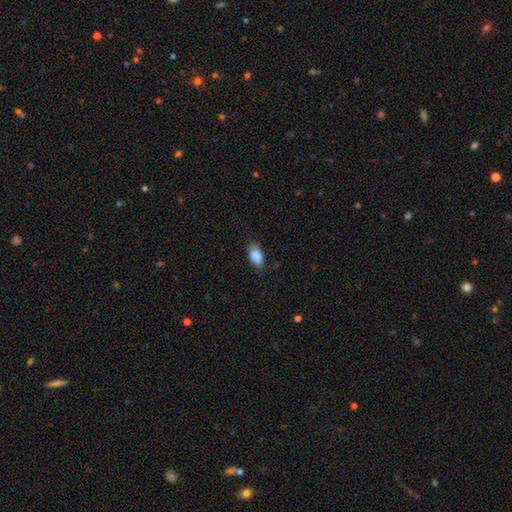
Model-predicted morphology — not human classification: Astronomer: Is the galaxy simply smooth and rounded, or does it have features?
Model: smooth — 87%.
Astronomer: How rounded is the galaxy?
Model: in between — 91%.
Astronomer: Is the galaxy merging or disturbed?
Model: none — 83%.